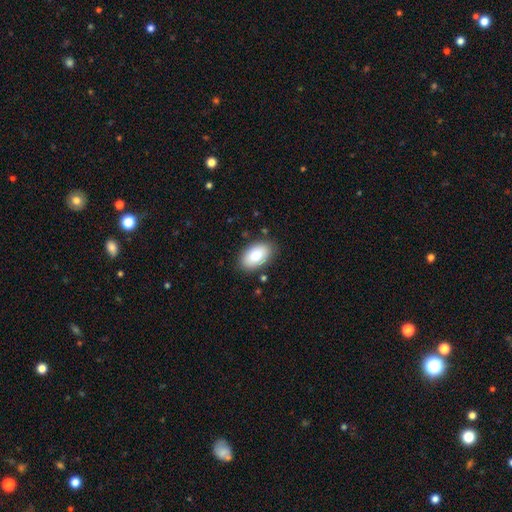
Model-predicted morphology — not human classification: Smooth or featured: smooth — 78% (featured or disk — 15%)
How rounded: in between — 93% (round — 6%)
Merging: none — 84% (minor disturbance — 11%)